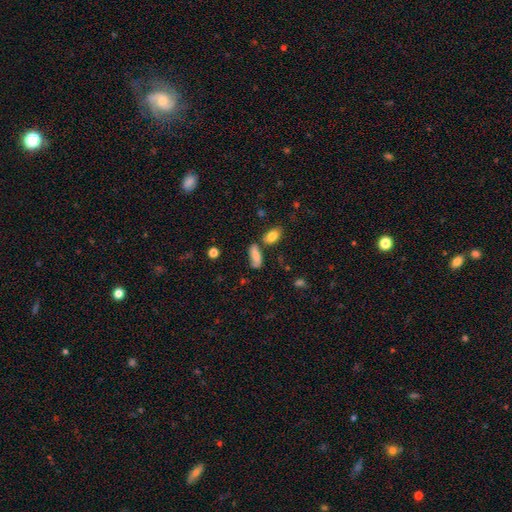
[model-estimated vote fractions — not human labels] This appears to be a smooth galaxy with no disk features (75%) that is in between round and cigar-shaped (72%). Merging: none (57%).